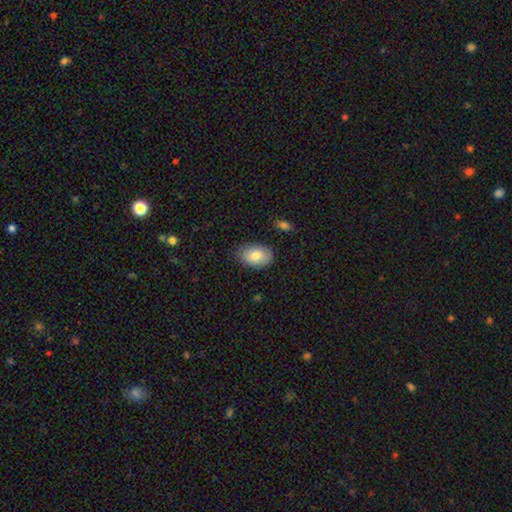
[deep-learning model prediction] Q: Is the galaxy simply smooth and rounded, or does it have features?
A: smooth — 79%.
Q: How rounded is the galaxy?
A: in between — 88%.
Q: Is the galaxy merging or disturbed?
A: none — 82%.